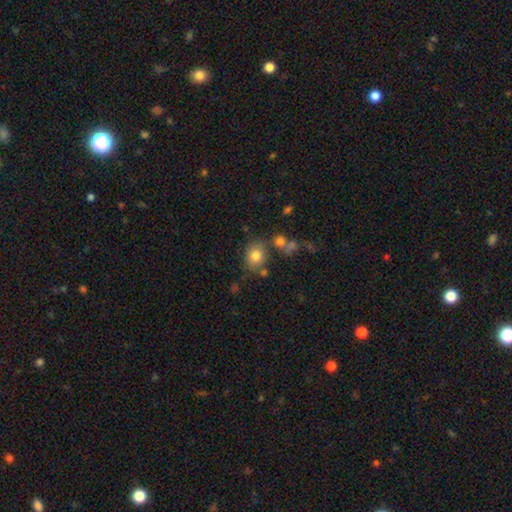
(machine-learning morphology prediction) type=smooth (79%); roundness=round (64%); merging=none (72%).